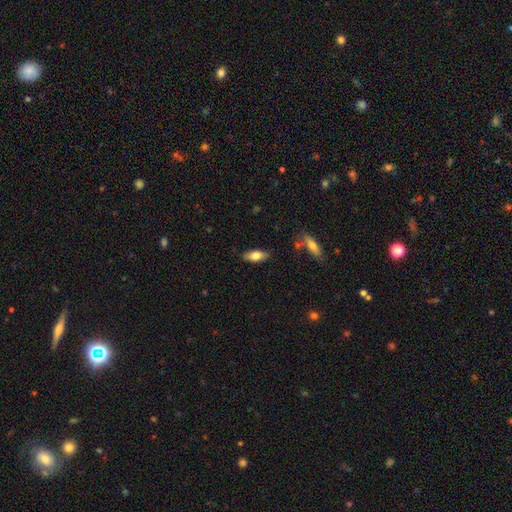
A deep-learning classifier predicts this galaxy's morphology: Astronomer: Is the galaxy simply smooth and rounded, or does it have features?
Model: smooth — 75%.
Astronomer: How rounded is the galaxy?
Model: in between — 81%.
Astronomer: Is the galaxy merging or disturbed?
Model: none — 82%.